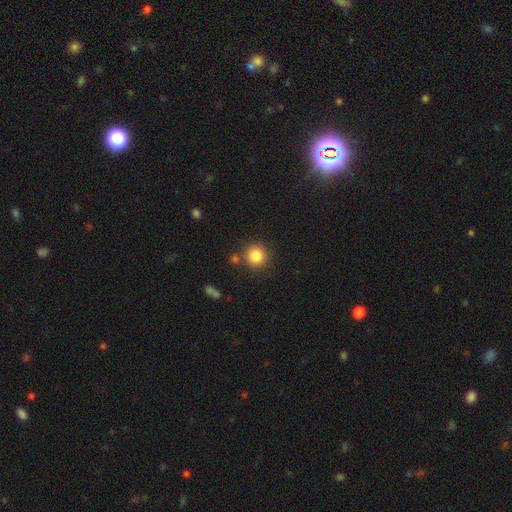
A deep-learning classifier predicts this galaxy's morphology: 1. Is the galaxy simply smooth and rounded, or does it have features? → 84% smooth, 11% star or artifact, 5% featured or disk.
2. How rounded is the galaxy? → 92% round, 7% in between, 1% cigar-shaped.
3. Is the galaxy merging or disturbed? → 83% none, 8% minor disturbance, 6% merger, 3% major disturbance.